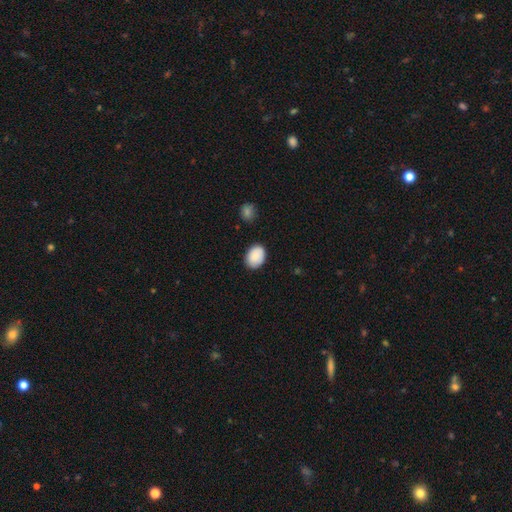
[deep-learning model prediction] This is clearly a smooth galaxy (89%). How rounded: likely in between (71%). Merging: clearly none (84%).